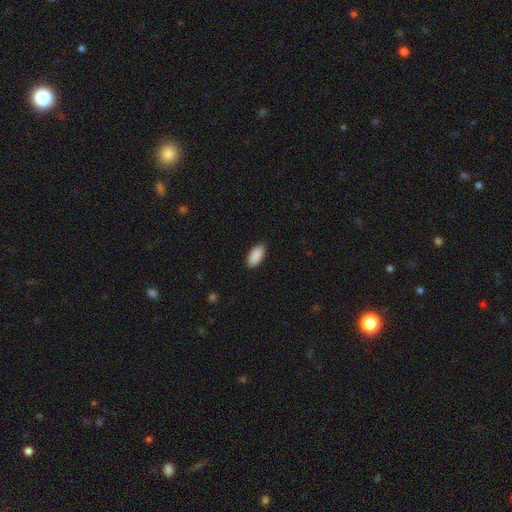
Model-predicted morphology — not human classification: Smooth or featured? Predicted: smooth (p=0.91). How rounded? Predicted: in between (p=0.91). Merging? Predicted: none (p=0.88).